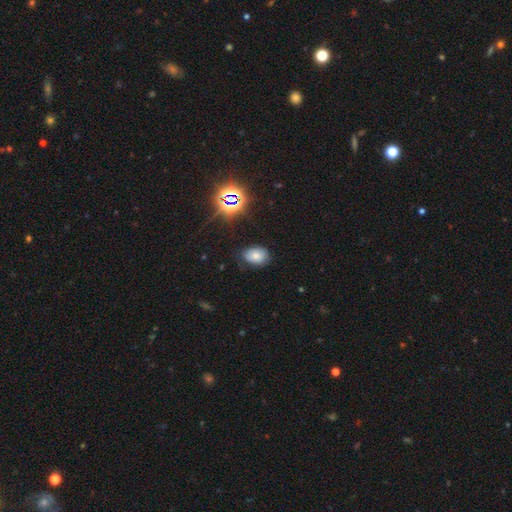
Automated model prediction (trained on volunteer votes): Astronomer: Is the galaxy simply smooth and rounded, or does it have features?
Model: smooth — 70%.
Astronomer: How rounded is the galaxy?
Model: in between — 79%.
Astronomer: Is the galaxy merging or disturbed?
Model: none — 70%.